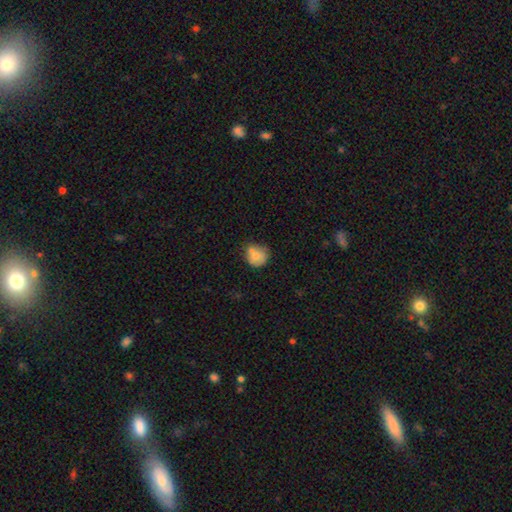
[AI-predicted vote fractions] Smooth or featured?
  - smooth: 73% *
  - featured or disk: 19%
  - star or artifact: 8%
How rounded?
  - round: 78% *
  - in between: 21%
  - cigar-shaped: 1%
Merging?
  - none: 47% *
  - minor disturbance: 24%
  - merger: 23%
  - major disturbance: 7%